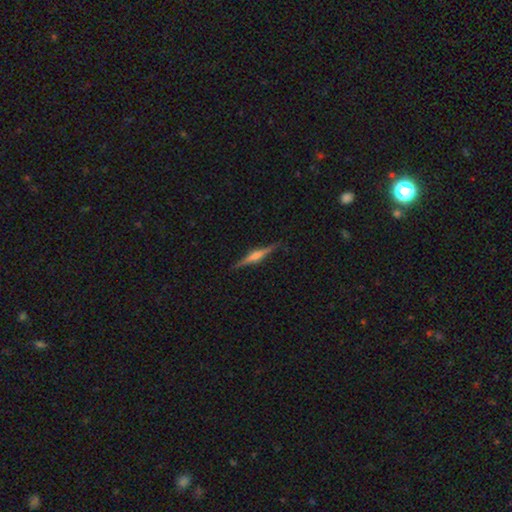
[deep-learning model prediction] Overall: featured or disk (77%). Edge-on disk: yes (98%). Edge-on bulge: rounded (79%). Merging: none (90%).